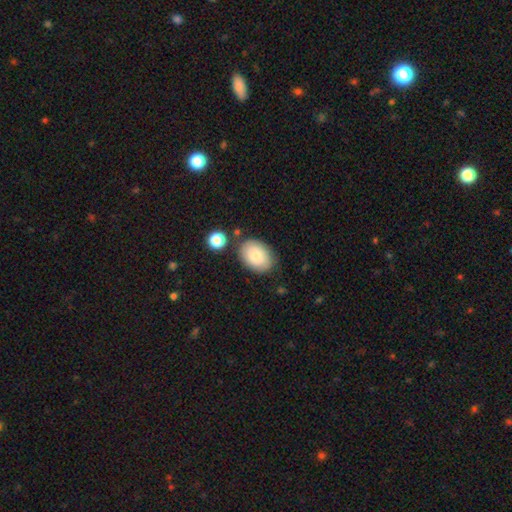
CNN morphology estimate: A smooth galaxy with no disk features (82%) that is in between round and cigar-shaped (82%).

Vote fractions:
- Smooth or featured? smooth: 82% / featured or disk: 11% / star or artifact: 7%
- How rounded? in between: 82% / round: 17% / cigar-shaped: 1%
- Merging? none: 77% / minor disturbance: 14% / merger: 5% / major disturbance: 3%